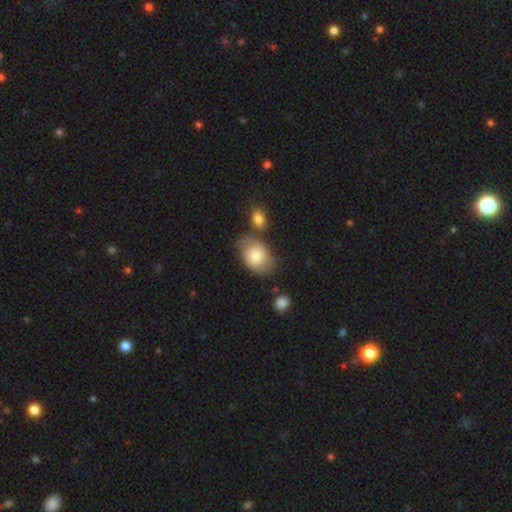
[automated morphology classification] Smooth or featured? smooth (71%)
How rounded? in between (68%)
Merging? none (54%)